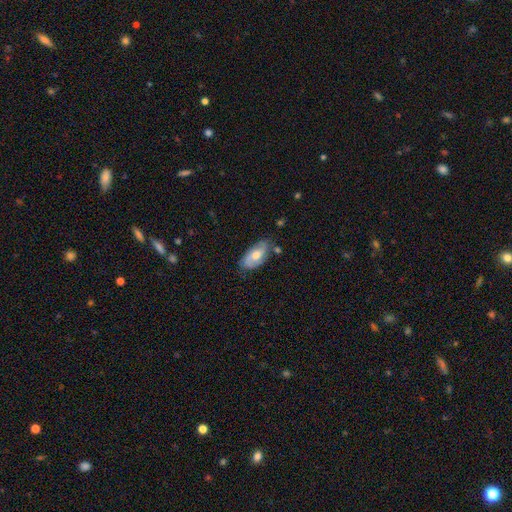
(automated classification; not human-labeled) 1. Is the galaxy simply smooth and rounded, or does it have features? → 50% featured or disk, 44% smooth, 7% star or artifact.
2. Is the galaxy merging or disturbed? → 72% none, 21% minor disturbance, 4% major disturbance, 3% merger.